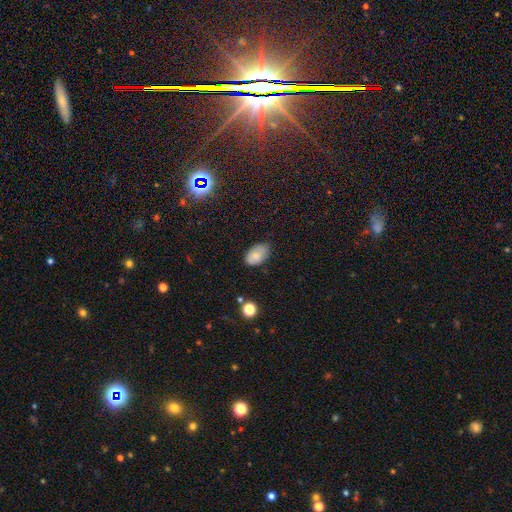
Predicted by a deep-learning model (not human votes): smooth_or_featured: smooth (p=0.77) [alt: featured or disk p=0.13]
how_rounded: in between (p=0.91) [alt: round p=0.07]
merging: none (p=0.69) [alt: minor disturbance p=0.25]